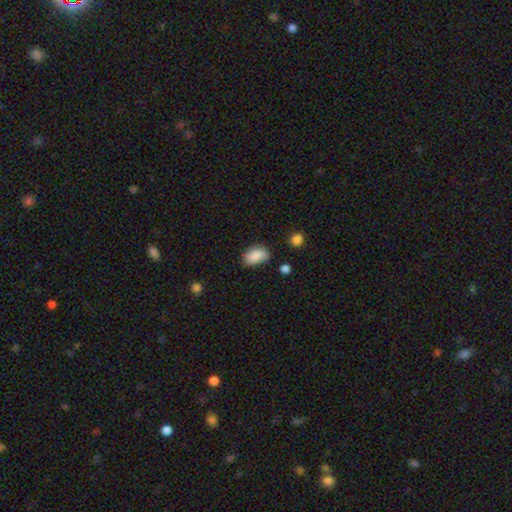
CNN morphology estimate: A smooth galaxy with no disk features (83%) that is in between round and cigar-shaped (88%).

Vote fractions:
- Smooth or featured? smooth: 83% / featured or disk: 9% / star or artifact: 8%
- How rounded? in between: 88% / round: 10% / cigar-shaped: 2%
- Merging? none: 57% / minor disturbance: 32% / major disturbance: 8% / merger: 3%